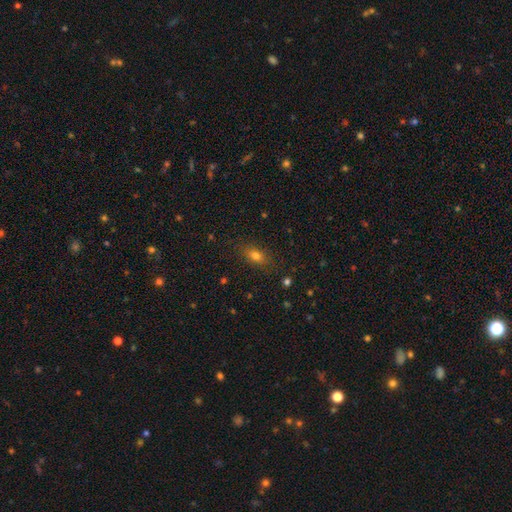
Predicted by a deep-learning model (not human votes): This appears to be a smooth galaxy with no disk features (74%) that is in between round and cigar-shaped (76%). Merging: none (84%).